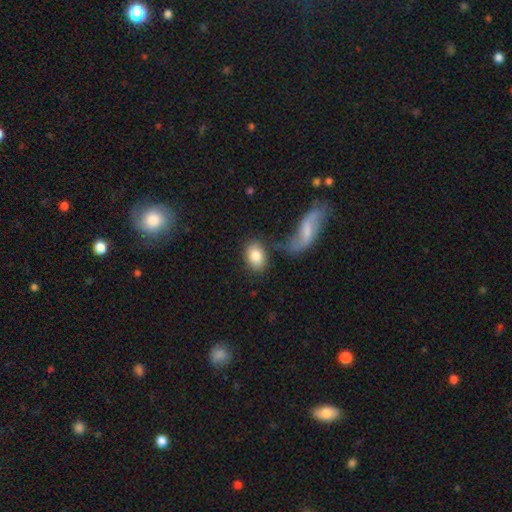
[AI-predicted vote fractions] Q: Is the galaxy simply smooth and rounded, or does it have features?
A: smooth — 82%.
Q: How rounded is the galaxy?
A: in between — 83%.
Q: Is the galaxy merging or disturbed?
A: none — 69%.